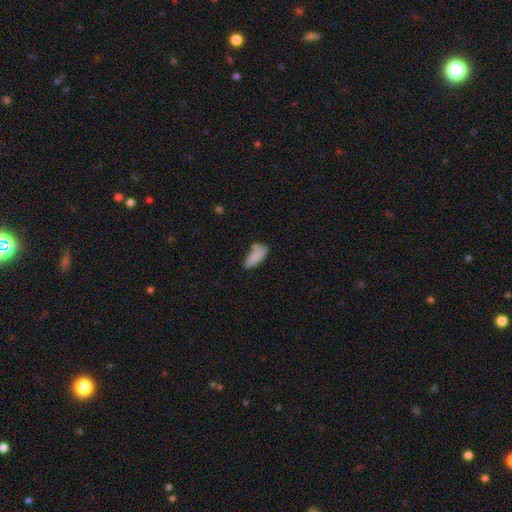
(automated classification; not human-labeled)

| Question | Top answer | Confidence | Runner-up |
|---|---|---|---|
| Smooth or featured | smooth | 83% | featured or disk (9%) |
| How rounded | in between | 69% | cigar-shaped (29%) |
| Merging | none | 56% | minor disturbance (23%) |